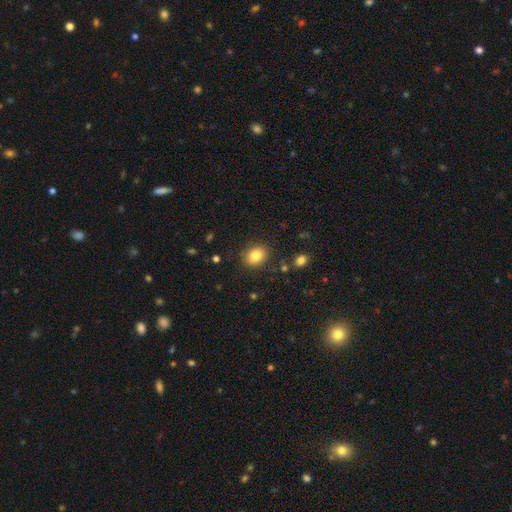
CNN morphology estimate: smooth 82%, star or artifact 10%, featured or disk 8%. Down the decision tree: how rounded — round (54%); merging — none (86%).